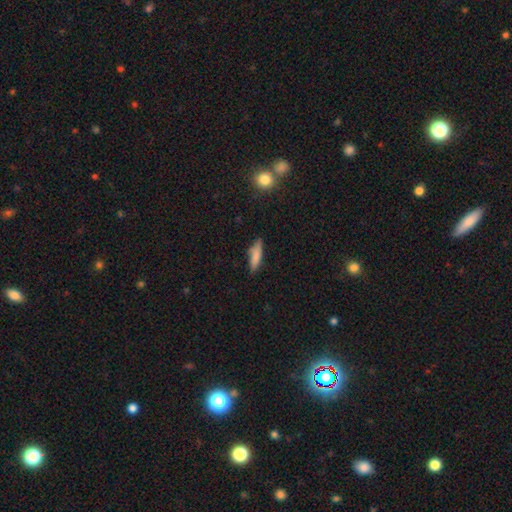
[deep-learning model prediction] This appears to be a smooth galaxy with no disk features (80%) that is cigar-shaped (68%). Merging: none (74%).